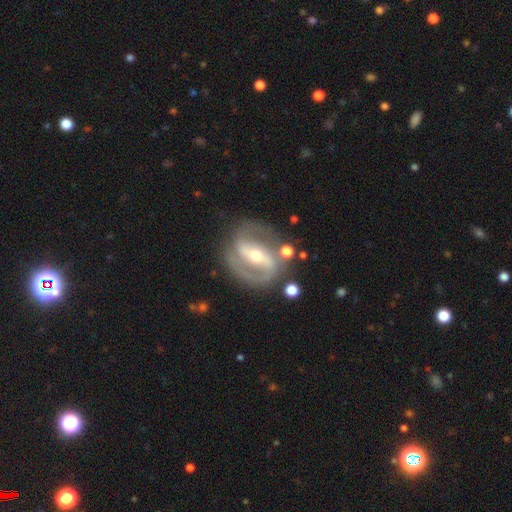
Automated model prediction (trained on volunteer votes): The model was most divided on "spiral winding": medium: 50%, tight: 34%, loose: 16%. More confident: edge-on disk — no (96%); spiral arms — yes (91%); spiral arm count — 2 (88%); smooth or featured — featured or disk (88%); merging — none (78%); bar — strong (65%); bulge size — moderate (59%).